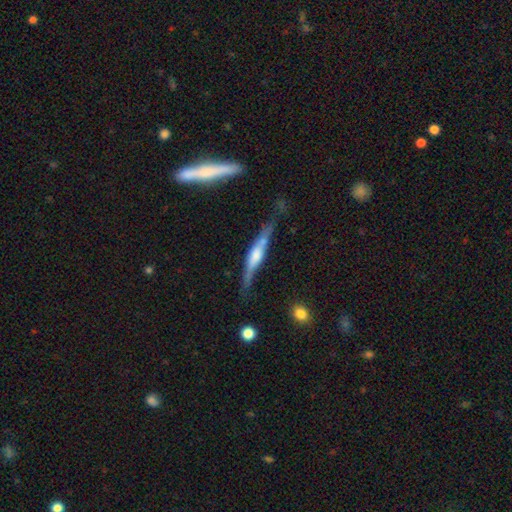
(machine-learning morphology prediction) smooth_or_featured: featured or disk (p=0.68) [alt: smooth p=0.26]
disk_edge_on: yes (p=0.94) [alt: no p=0.06]
edge_on_bulge: rounded (p=0.54) [alt: boxy p=0.36]
merging: none (p=0.70) [alt: minor disturbance p=0.20]